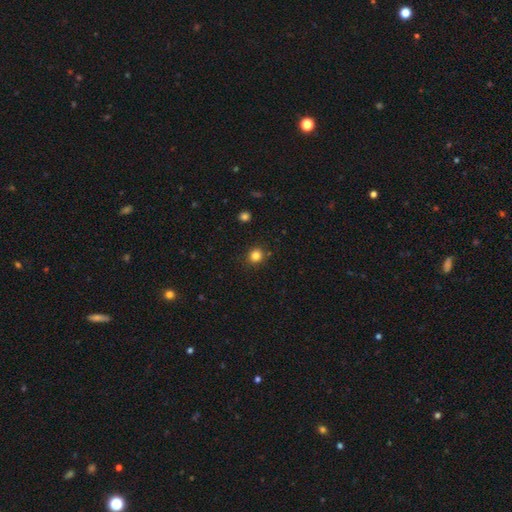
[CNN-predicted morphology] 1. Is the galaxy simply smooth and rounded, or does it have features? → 83% smooth, 13% star or artifact, 4% featured or disk.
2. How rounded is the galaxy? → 89% round, 10% in between, 1% cigar-shaped.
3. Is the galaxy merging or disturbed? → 88% none, 7% minor disturbance, 2% merger, 2% major disturbance.